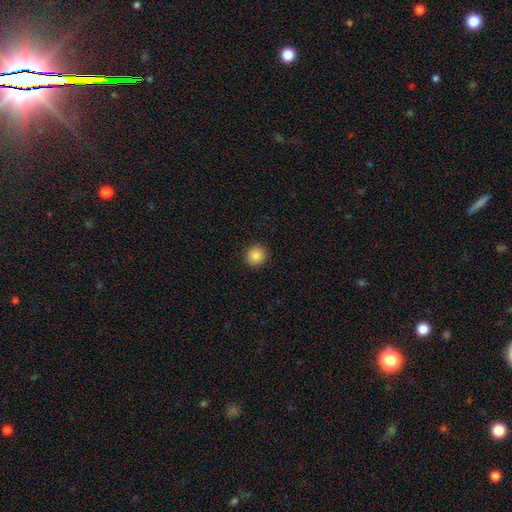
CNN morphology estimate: The model was most divided on "smooth or featured": smooth: 87%, star or artifact: 9%, featured or disk: 4%. More confident: merging — none (92%); how rounded — round (91%).